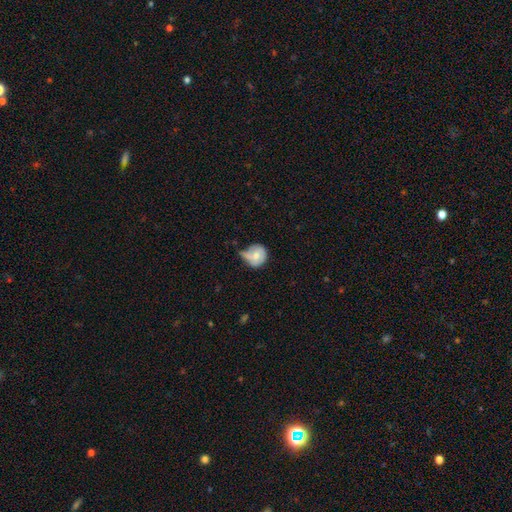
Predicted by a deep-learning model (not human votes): This is likely a smooth galaxy (62%). How rounded: clearly round (82%). Merging: marginally minor disturbance (40%).